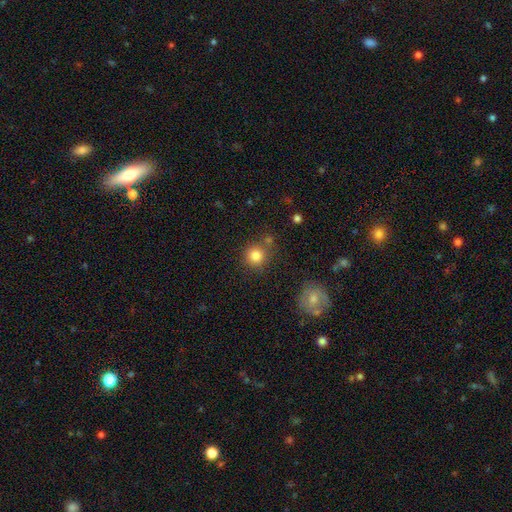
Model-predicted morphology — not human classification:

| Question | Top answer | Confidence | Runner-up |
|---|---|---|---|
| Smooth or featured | smooth | 82% | star or artifact (11%) |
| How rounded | round | 91% | in between (8%) |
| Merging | none | 75% | merger (12%) |